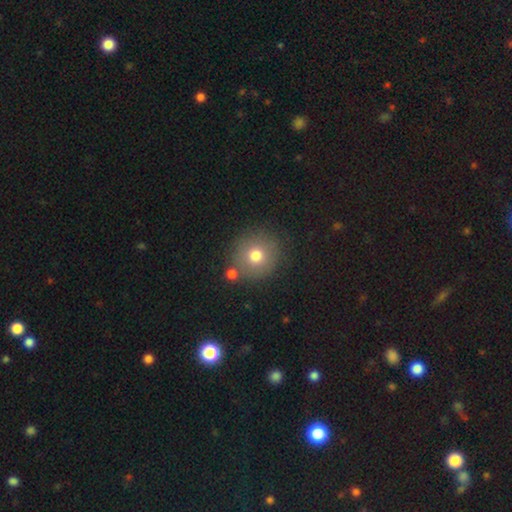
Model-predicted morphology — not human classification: The model was most divided on "smooth or featured": smooth: 74%, featured or disk: 13%, star or artifact: 13%. More confident: how rounded — round (90%); merging — none (77%).